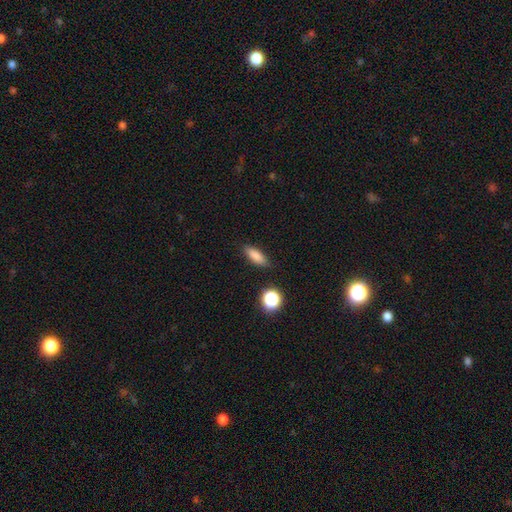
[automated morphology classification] smooth_or_featured: smooth (p=0.83) [alt: star or artifact p=0.10]
how_rounded: in between (p=0.61) [alt: cigar-shaped p=0.35]
merging: none (p=0.85) [alt: minor disturbance p=0.11]